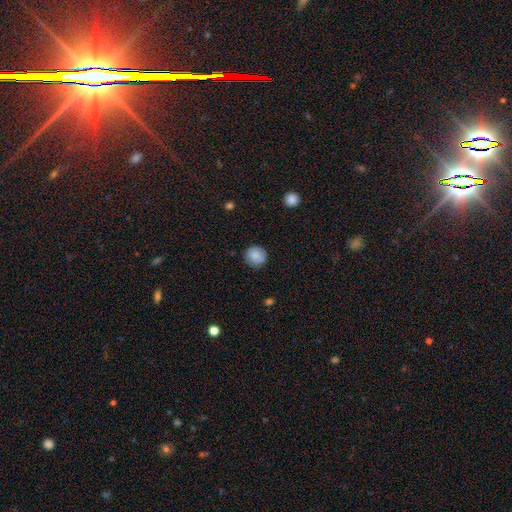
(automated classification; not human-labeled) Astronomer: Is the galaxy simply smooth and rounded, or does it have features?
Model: smooth — 82%.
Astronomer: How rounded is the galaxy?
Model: round — 91%.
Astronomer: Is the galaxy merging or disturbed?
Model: none — 82%.